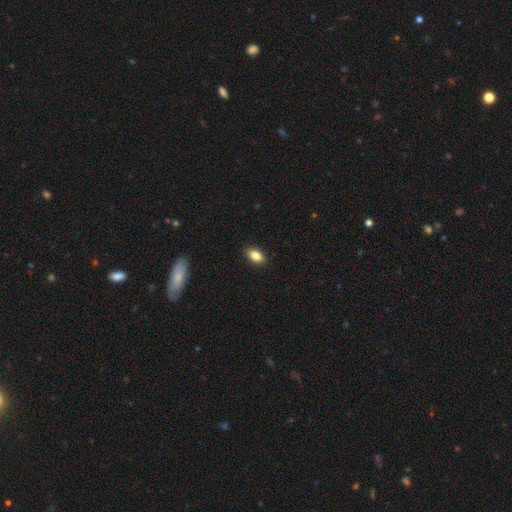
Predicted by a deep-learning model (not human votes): smooth_or_featured: smooth (p=0.84) [alt: star or artifact p=0.08]
how_rounded: in between (p=0.89) [alt: round p=0.08]
merging: none (p=0.89) [alt: minor disturbance p=0.08]